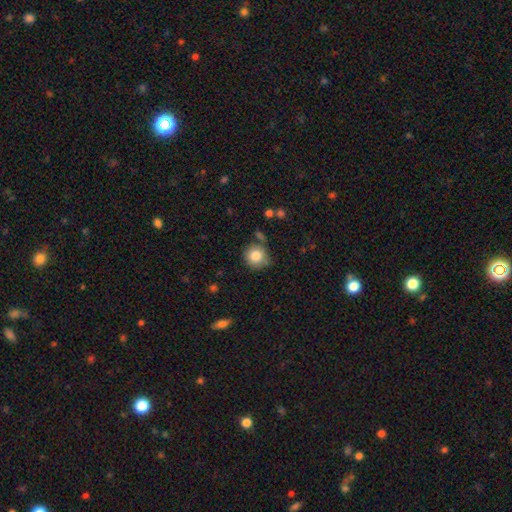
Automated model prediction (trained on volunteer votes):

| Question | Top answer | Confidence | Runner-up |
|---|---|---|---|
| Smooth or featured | smooth | 83% | star or artifact (9%) |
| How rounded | round | 91% | in between (8%) |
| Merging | none | 73% | minor disturbance (17%) |